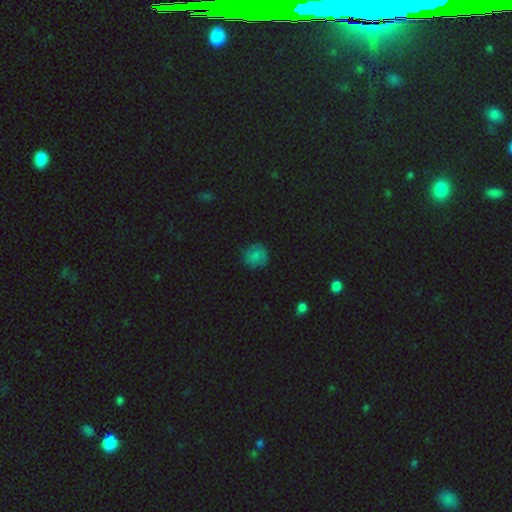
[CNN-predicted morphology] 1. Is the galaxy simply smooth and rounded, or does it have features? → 63% smooth, 23% featured or disk, 14% star or artifact.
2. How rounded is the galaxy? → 86% round, 13% in between, 1% cigar-shaped.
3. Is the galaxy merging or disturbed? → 77% none, 17% minor disturbance, 5% major disturbance, 1% merger.